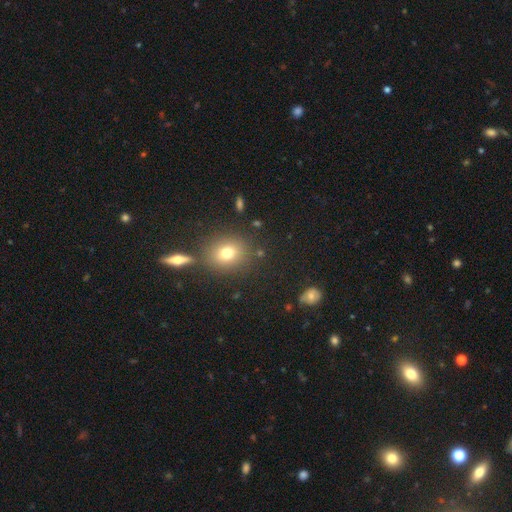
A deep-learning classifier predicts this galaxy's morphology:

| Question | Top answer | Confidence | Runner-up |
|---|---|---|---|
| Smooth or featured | smooth | 63% | star or artifact (25%) |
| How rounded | round | 77% | in between (21%) |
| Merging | none | 77% | merger (10%) |